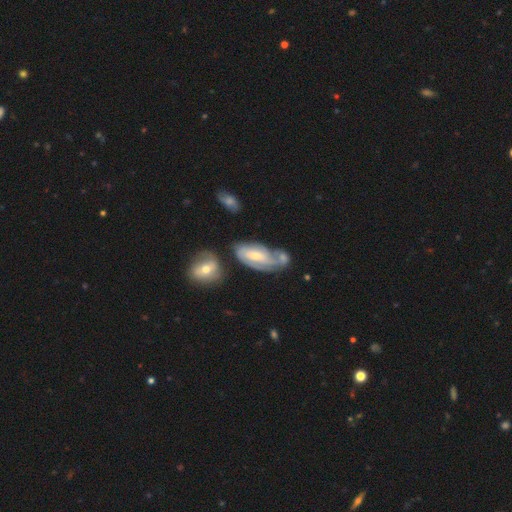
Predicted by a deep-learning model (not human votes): Morphology: type=featured or disk (66%); edge-on=no (93%); bar=no (51%); spiral arms=yes (80%); bulge=moderate (50%); merging=none (35%).